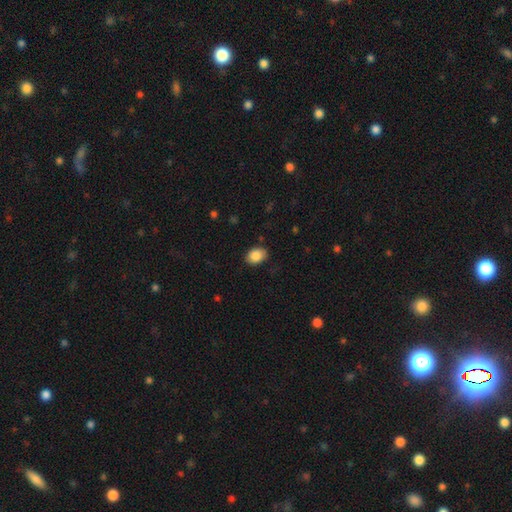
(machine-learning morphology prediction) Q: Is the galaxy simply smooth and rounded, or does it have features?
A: smooth — 87%.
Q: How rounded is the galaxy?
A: in between — 74%.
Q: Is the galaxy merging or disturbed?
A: none — 83%.